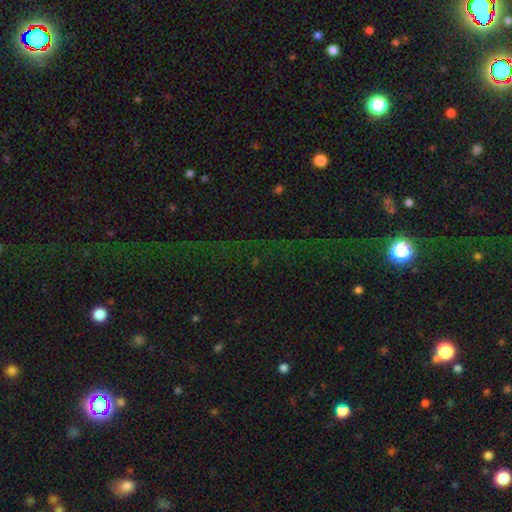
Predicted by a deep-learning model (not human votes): Morphology: type=star or artifact (71%).